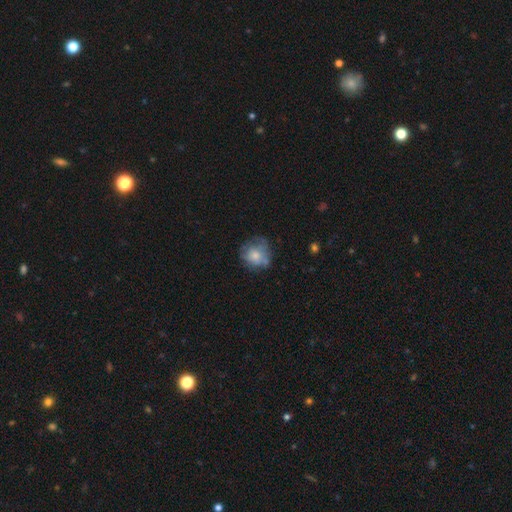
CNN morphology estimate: Smooth or featured: smooth — 58% (featured or disk — 34%)
How rounded: round — 81% (in between — 18%)
Merging: none — 58% (minor disturbance — 25%)